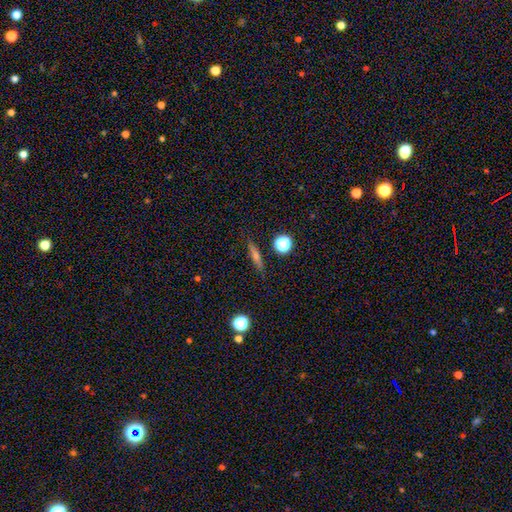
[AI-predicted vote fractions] Smooth or featured? featured or disk (44%)
Merging? none (87%)